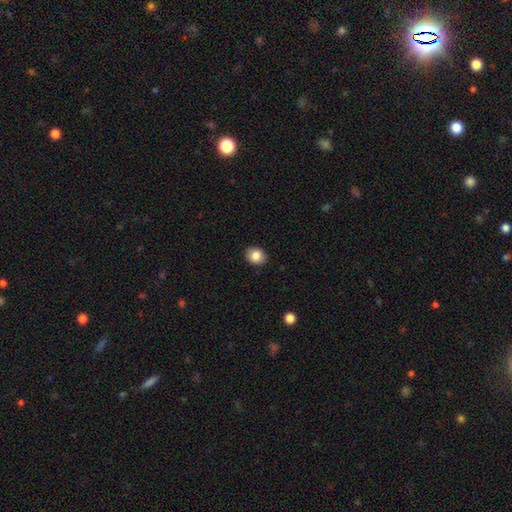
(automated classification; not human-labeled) Overall: smooth (86%). How rounded: round (60%; in between 39%). Merging: none (89%).